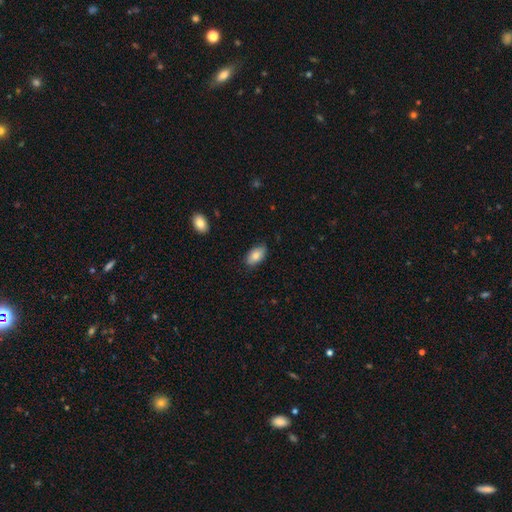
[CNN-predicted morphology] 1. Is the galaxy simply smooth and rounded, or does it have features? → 84% smooth, 9% featured or disk, 7% star or artifact.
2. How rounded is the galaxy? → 94% in between, 4% round, 3% cigar-shaped.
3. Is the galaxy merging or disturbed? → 82% none, 14% minor disturbance, 3% major disturbance, 1% merger.